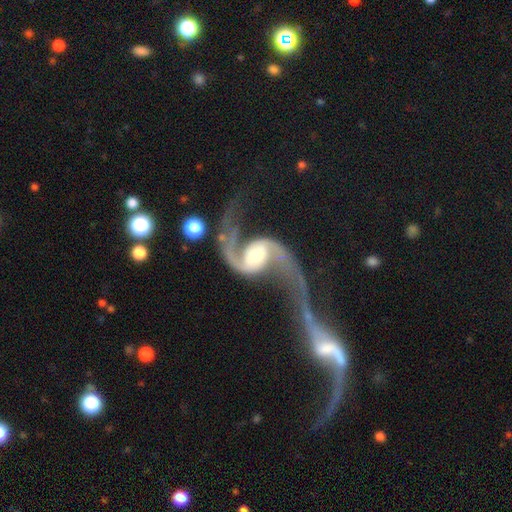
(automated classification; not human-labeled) Q: Smooth or featured?
A: featured or disk (92%); runner-up: star or artifact (4%)
Q: Edge-on disk?
A: no (97%); runner-up: yes (3%)
Q: Bar?
A: weak (38%); runner-up: no (33%)
Q: Spiral arms?
A: yes (98%); runner-up: no (2%)
Q: Spiral winding?
A: loose (83%); runner-up: medium (13%)
Q: Spiral arm count?
A: 2 (94%); runner-up: 1 (2%)
Q: Bulge size?
A: moderate (61%); runner-up: large (19%)
Q: Merging?
A: none (47%); runner-up: major disturbance (23%)